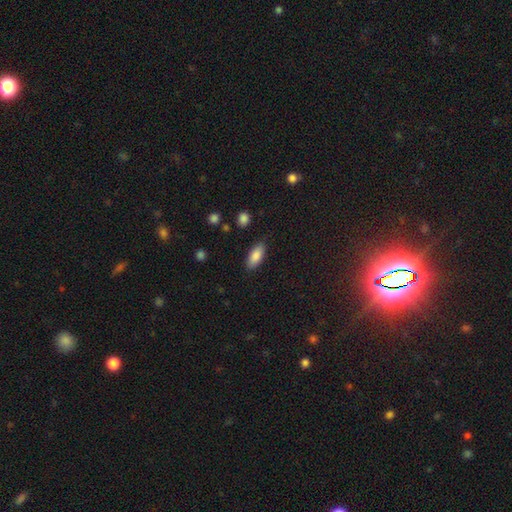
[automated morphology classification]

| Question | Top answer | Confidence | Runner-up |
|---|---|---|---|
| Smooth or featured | smooth | 86% | featured or disk (7%) |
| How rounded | in between | 87% | cigar-shaped (11%) |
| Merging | none | 85% | minor disturbance (11%) |